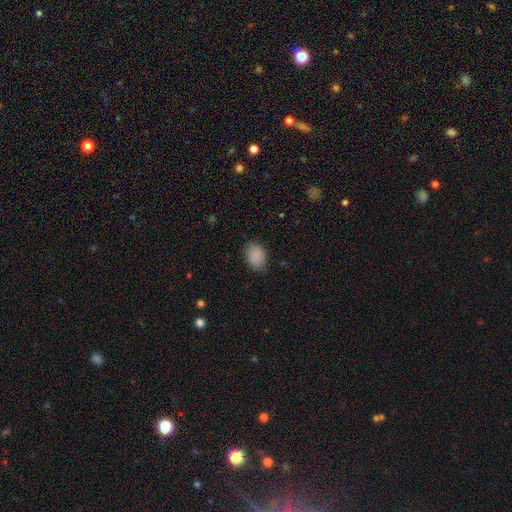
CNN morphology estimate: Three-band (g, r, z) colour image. It shows a smooth galaxy with no disk features (88%) that is in between round and cigar-shaped (79%). Merging: none (83%).